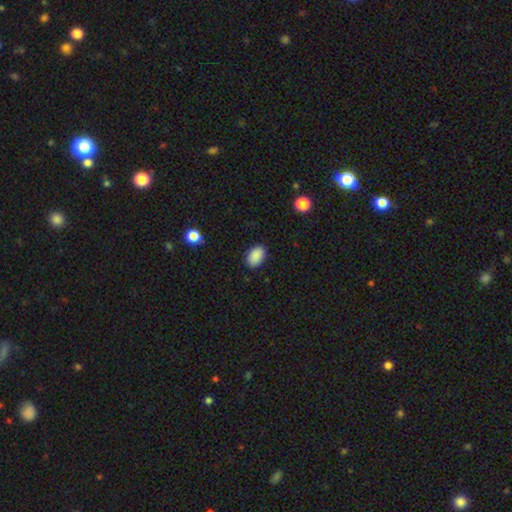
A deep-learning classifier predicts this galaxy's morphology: Smooth or featured? smooth (89%)
How rounded? in between (88%)
Merging? none (87%)